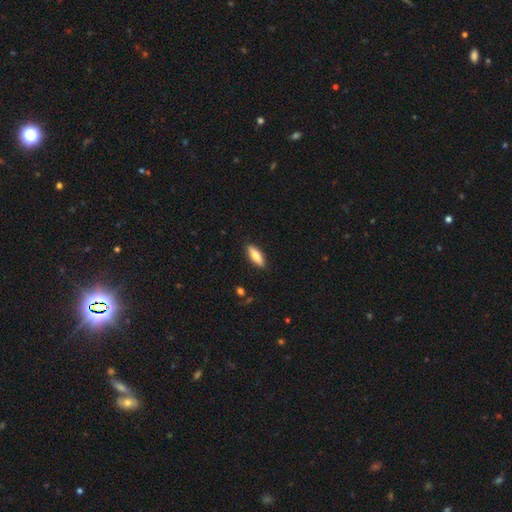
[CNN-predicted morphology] Smooth or featured?
  - smooth: 75% *
  - featured or disk: 19%
  - star or artifact: 6%
How rounded?
  - in between: 56% *
  - cigar-shaped: 42%
  - round: 2%
Merging?
  - none: 89% *
  - minor disturbance: 8%
  - major disturbance: 2%
  - merger: 1%